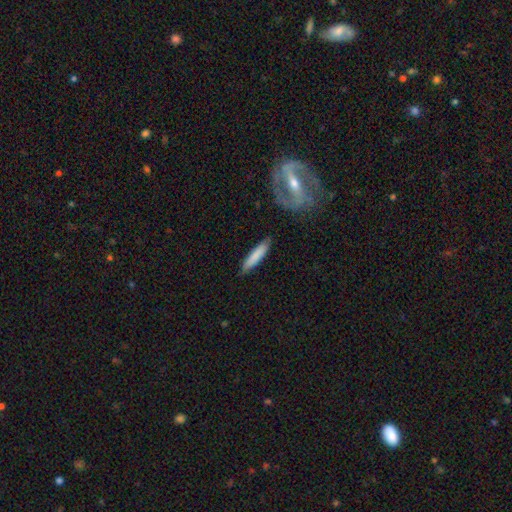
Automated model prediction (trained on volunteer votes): This is clearly a smooth galaxy (80%). How rounded: clearly cigar-shaped (84%). Merging: clearly none (84%).